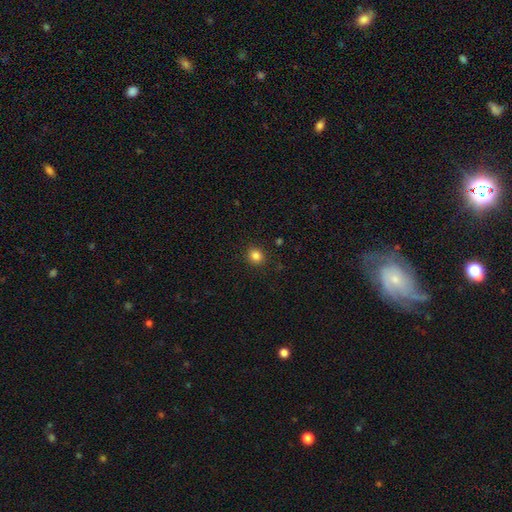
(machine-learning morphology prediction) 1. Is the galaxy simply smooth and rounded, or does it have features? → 84% smooth, 11% star or artifact, 4% featured or disk.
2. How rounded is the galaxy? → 81% round, 18% in between, 1% cigar-shaped.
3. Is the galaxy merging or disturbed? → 90% none, 7% minor disturbance, 2% major disturbance, 1% merger.